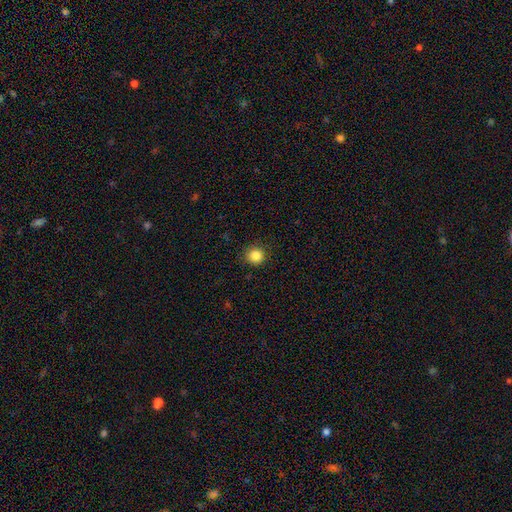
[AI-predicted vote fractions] smooth 85%, star or artifact 11%, featured or disk 4%. Down the decision tree: how rounded — round (94%); merging — none (91%).